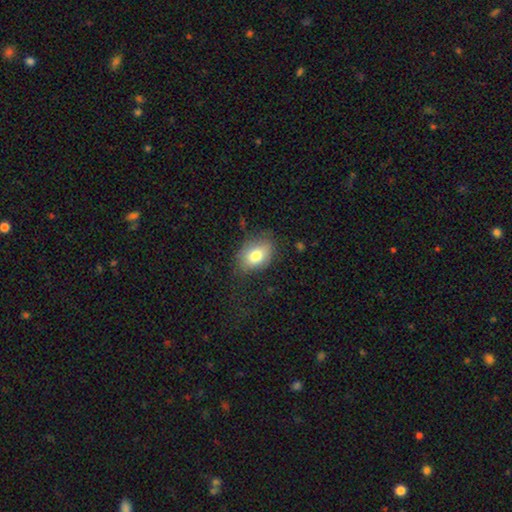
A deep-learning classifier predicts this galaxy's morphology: type=smooth (79%); roundness=in between (83%); merging=none (70%).